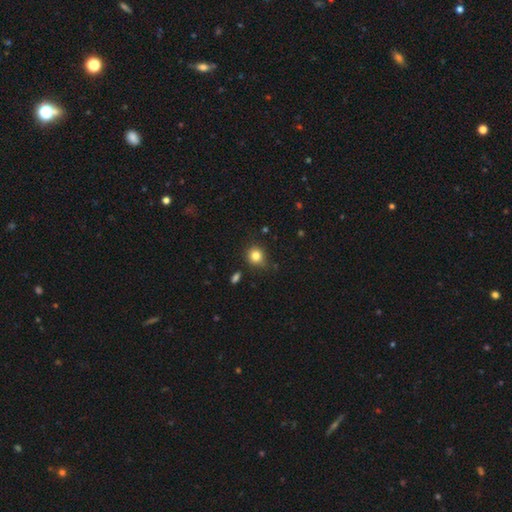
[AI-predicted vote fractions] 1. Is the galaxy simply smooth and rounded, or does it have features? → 82% smooth, 11% star or artifact, 6% featured or disk.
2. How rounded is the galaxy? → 82% round, 17% in between, 1% cigar-shaped.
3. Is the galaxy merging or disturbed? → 78% none, 16% minor disturbance, 3% major disturbance, 3% merger.